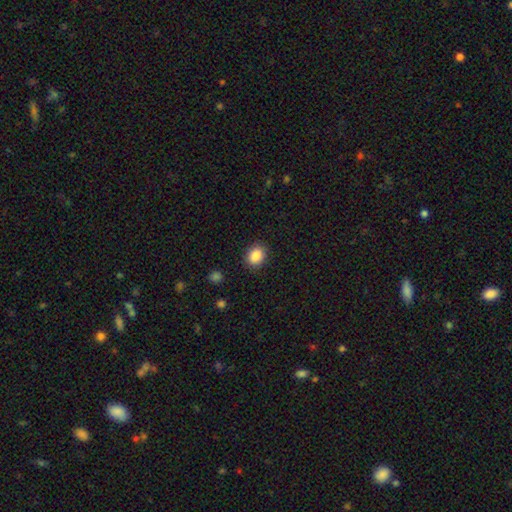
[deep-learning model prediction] Smooth or featured? Predicted: smooth (p=0.87). How rounded? Predicted: in between (p=0.51). Merging? Predicted: none (p=0.88).